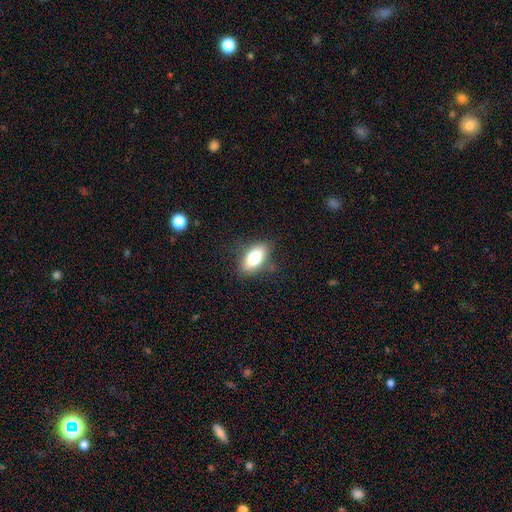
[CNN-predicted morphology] type=smooth (76%); roundness=in between (86%); merging=none (81%).